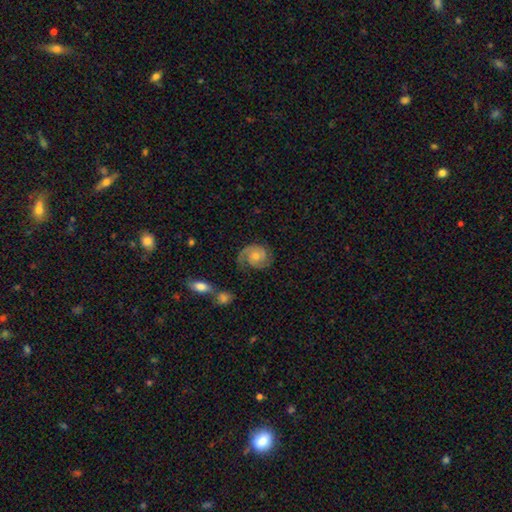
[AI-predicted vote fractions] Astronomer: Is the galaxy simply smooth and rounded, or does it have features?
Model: featured or disk — 76%.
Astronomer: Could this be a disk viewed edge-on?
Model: no — 98%.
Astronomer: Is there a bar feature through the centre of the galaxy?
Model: no — 73%.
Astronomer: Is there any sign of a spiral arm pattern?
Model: yes — 95%.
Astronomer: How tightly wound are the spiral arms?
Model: tight — 47% (runner-up: medium, 38%).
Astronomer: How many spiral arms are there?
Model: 2 — 66%.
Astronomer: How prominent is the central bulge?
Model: small — 47% (runner-up: moderate, 44%).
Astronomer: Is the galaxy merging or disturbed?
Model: none — 64%.